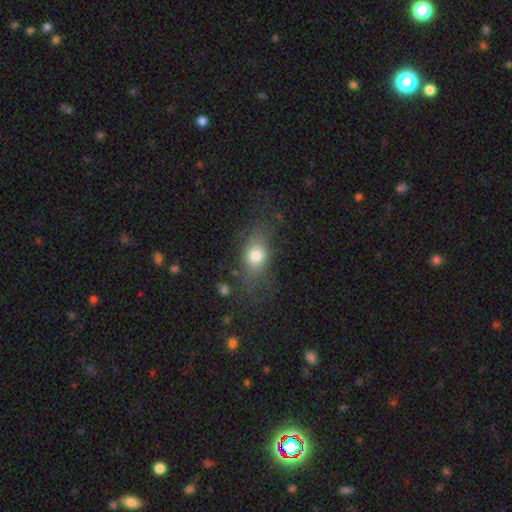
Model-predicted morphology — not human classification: A smooth galaxy with no disk features (74%) that is in between round and cigar-shaped (66%).

Vote fractions:
- Smooth or featured? smooth: 74% / featured or disk: 15% / star or artifact: 11%
- How rounded? in between: 66% / round: 29% / cigar-shaped: 6%
- Merging? none: 64% / minor disturbance: 20% / major disturbance: 14% / merger: 3%